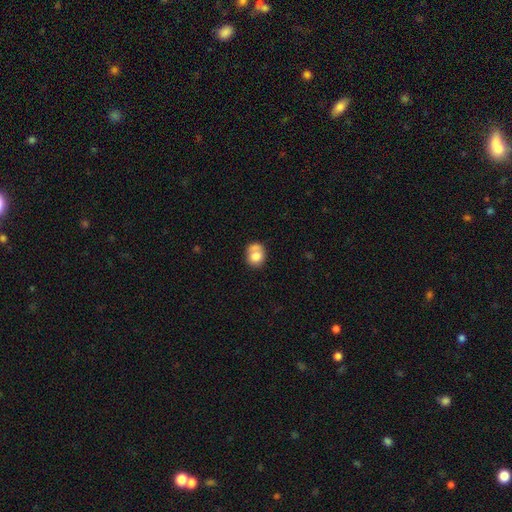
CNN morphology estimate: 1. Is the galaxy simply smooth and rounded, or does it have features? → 74% smooth, 17% featured or disk, 9% star or artifact.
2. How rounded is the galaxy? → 64% round, 35% in between, 1% cigar-shaped.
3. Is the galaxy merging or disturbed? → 39% none, 34% merger, 18% minor disturbance, 9% major disturbance.